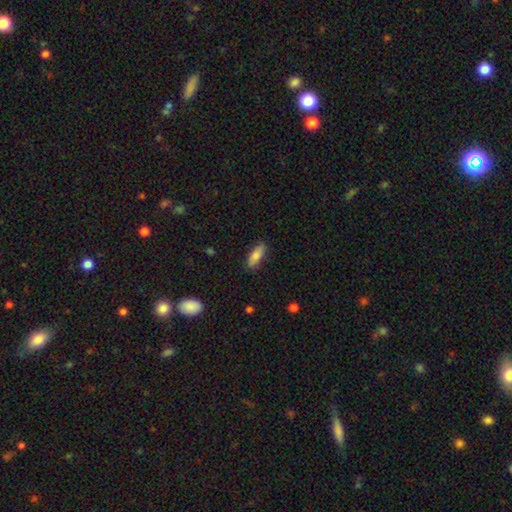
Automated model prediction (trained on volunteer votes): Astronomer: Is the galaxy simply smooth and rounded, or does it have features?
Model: smooth — 79%.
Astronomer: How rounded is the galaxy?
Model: in between — 63%.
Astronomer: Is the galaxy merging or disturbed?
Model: none — 85%.